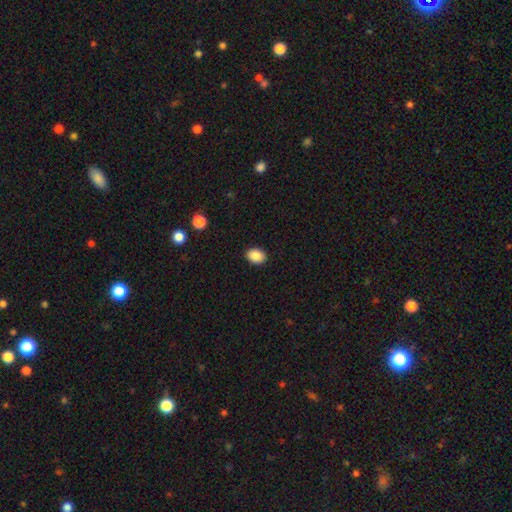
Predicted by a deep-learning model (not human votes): Q: Smooth or featured?
A: smooth (88%); runner-up: star or artifact (8%)
Q: How rounded?
A: in between (68%); runner-up: round (31%)
Q: Merging?
A: none (91%); runner-up: minor disturbance (7%)